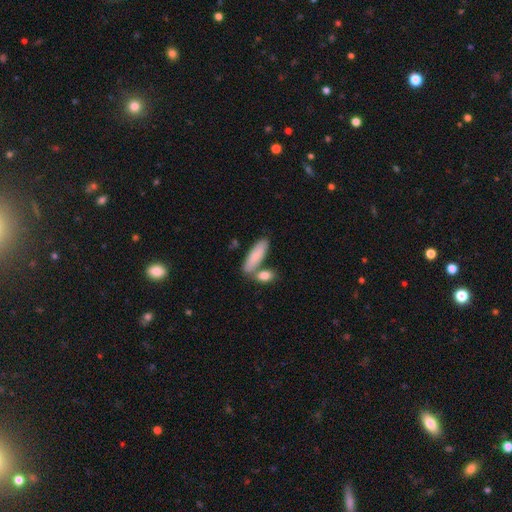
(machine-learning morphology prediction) Overall: smooth (81%). How rounded: in between (56%; cigar-shaped 42%). Merging: none (59%; merger 25%).